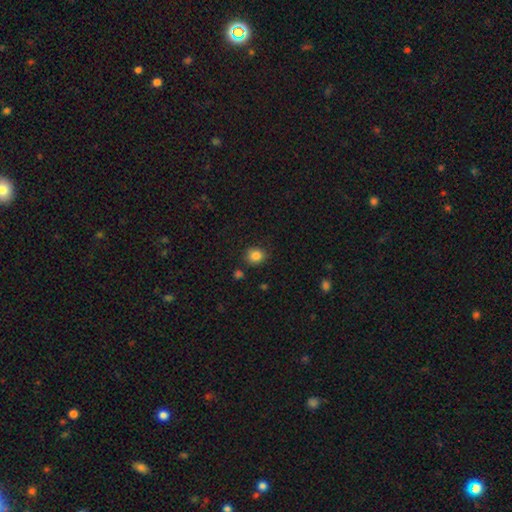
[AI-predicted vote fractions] Overall: smooth (85%). How rounded: round (77%). Merging: none (82%).